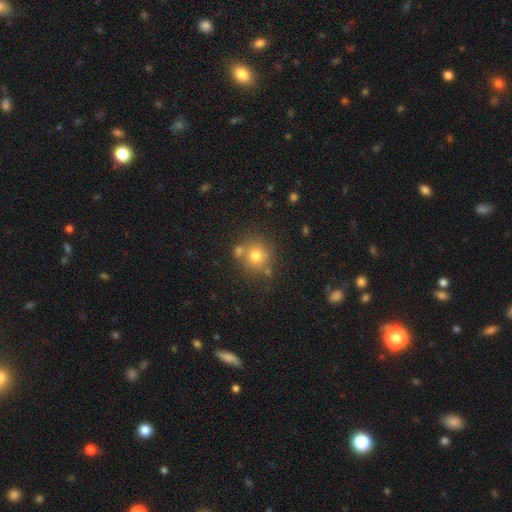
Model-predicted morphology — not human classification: A smooth galaxy with no disk features (74%) that is round (90%).

Vote fractions:
- Smooth or featured? smooth: 74% / star or artifact: 14% / featured or disk: 12%
- How rounded? round: 90% / in between: 9% / cigar-shaped: 1%
- Merging? none: 70% / merger: 15% / minor disturbance: 11% / major disturbance: 4%